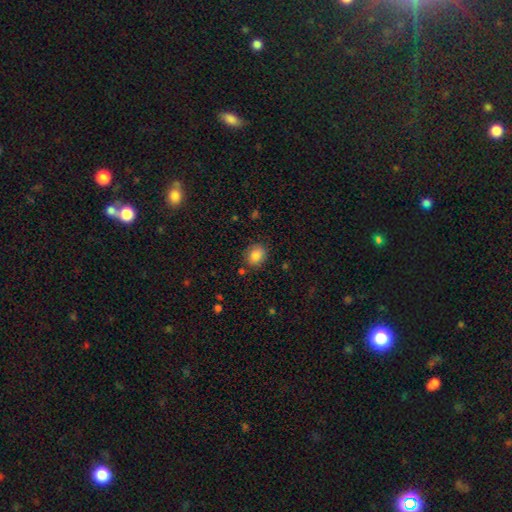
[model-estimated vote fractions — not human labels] smooth_or_featured: smooth (p=0.85) [alt: star or artifact p=0.09]
how_rounded: round (p=0.57) [alt: in between p=0.42]
merging: none (p=0.80) [alt: minor disturbance p=0.13]